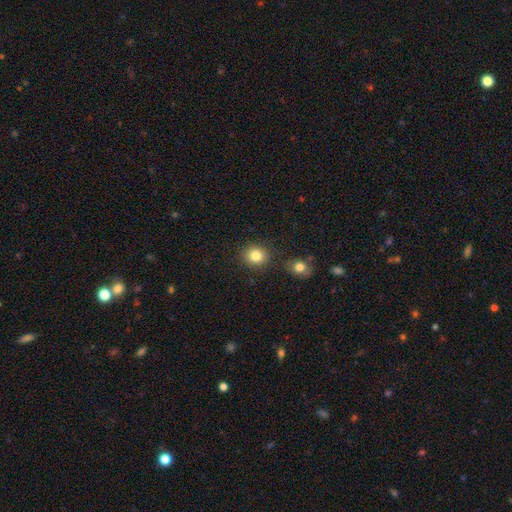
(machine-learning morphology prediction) smooth-or-featured: smooth: 83% | star or artifact: 11% | featured or disk: 6%
  how-rounded: round: 80% | in between: 19% | cigar-shaped: 1%
  merging: none: 84% | minor disturbance: 8% | merger: 5% | major disturbance: 2%